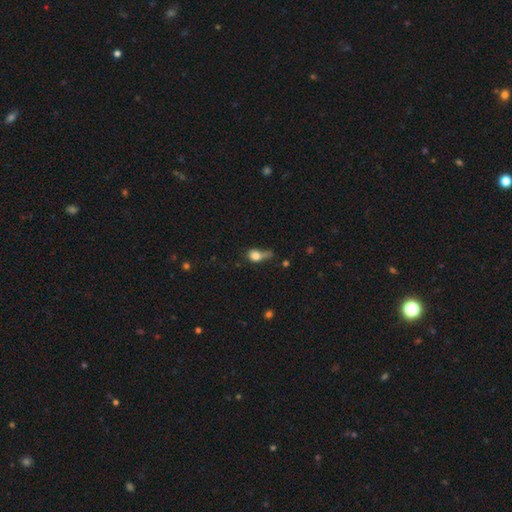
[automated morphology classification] Smooth or featured? Predicted: smooth (p=0.74). How rounded? Predicted: round (p=0.48). Merging? Predicted: major disturbance (p=0.32).